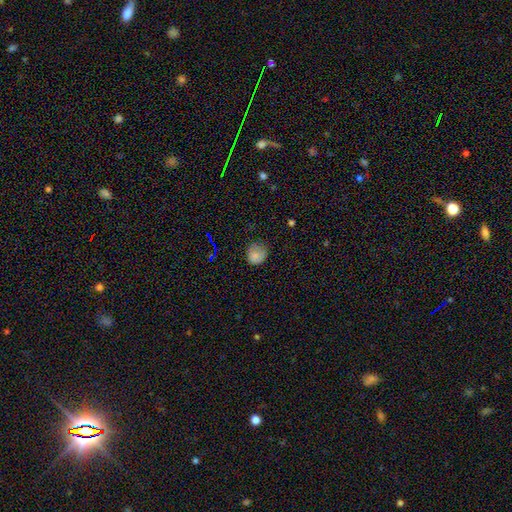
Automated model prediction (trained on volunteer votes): smooth_or_featured: smooth (p=0.79) [alt: star or artifact p=0.14]
how_rounded: round (p=0.80) [alt: in between p=0.19]
merging: none (p=0.63) [alt: minor disturbance p=0.28]